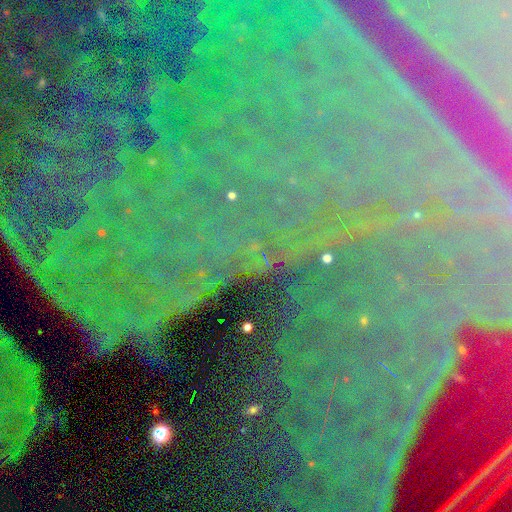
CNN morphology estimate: Smooth or featured?
  - star or artifact: 85% *
  - featured or disk: 8%
  - smooth: 7%